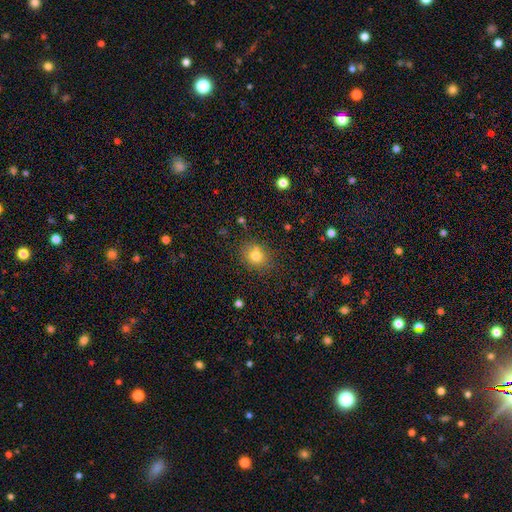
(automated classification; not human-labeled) Smooth or featured? smooth (77%)
How rounded? round (65%)
Merging? none (74%)